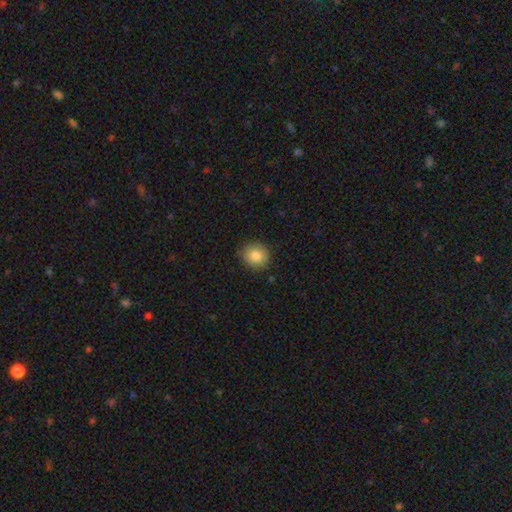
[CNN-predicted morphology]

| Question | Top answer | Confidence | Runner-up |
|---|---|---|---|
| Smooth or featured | smooth | 84% | star or artifact (9%) |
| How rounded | round | 88% | in between (11%) |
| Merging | none | 87% | minor disturbance (10%) |